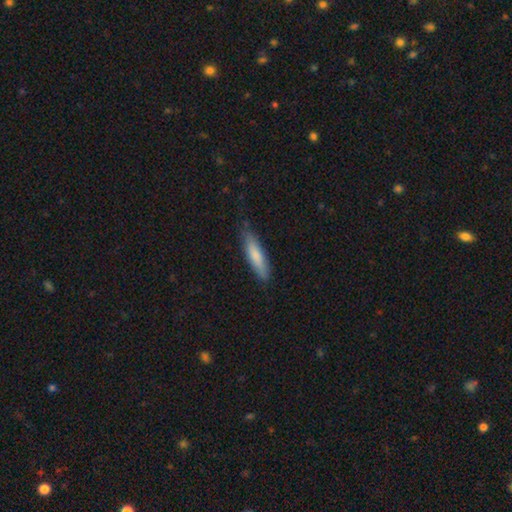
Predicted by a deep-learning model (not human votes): smooth 78%, featured or disk 16%, star or artifact 5%. Down the decision tree: how rounded — cigar-shaped (77%); merging — none (80%).